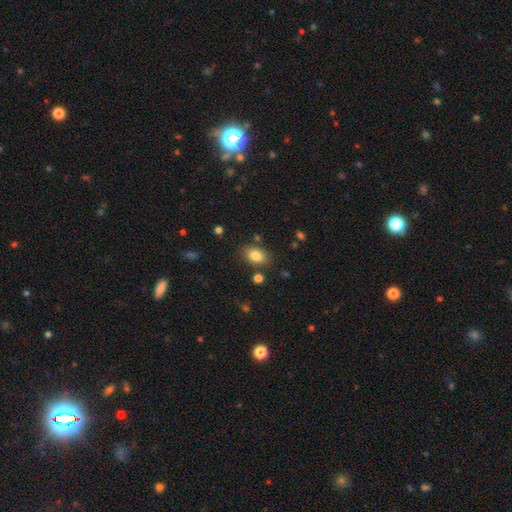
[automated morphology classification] Smooth or featured: smooth — 83% (star or artifact — 9%)
How rounded: in between — 83% (round — 16%)
Merging: none — 81% (minor disturbance — 11%)